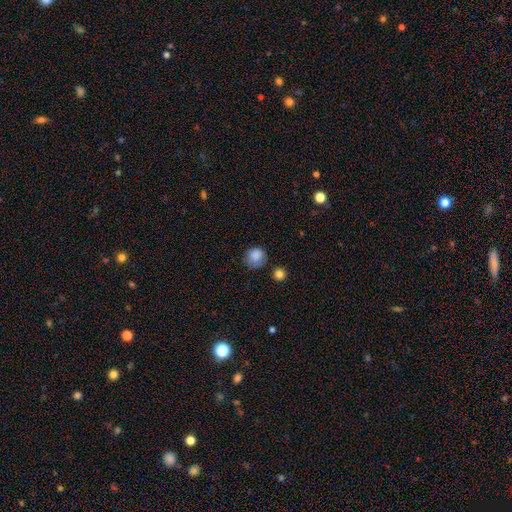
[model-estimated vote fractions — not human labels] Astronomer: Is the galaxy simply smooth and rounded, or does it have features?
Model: smooth — 84%.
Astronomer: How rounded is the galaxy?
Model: round — 85%.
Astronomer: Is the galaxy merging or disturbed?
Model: none — 63%.